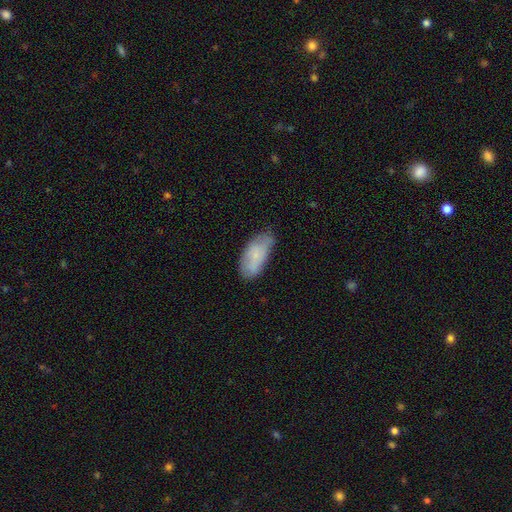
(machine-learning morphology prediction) smooth_or_featured: smooth (p=0.73) [alt: featured or disk p=0.20]
how_rounded: in between (p=0.90) [alt: cigar-shaped p=0.07]
merging: none (p=0.58) [alt: minor disturbance p=0.32]